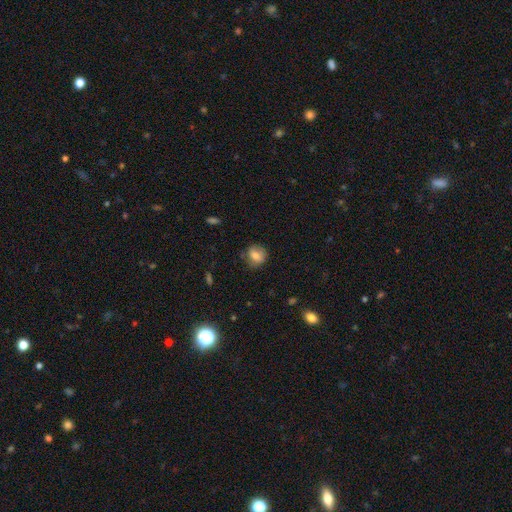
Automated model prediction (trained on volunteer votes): Smooth or featured: smooth — 73% (featured or disk — 17%)
How rounded: round — 75% (in between — 24%)
Merging: none — 72% (minor disturbance — 21%)